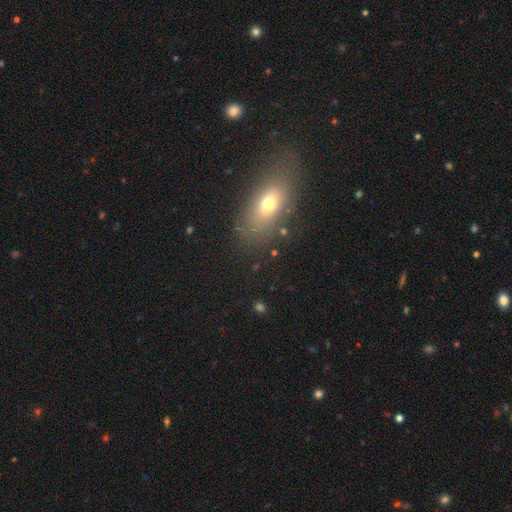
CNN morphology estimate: The model was most divided on "smooth or featured": smooth: 60%, featured or disk: 21%, star or artifact: 19%. More confident: merging — none (82%); how rounded — in between (77%).